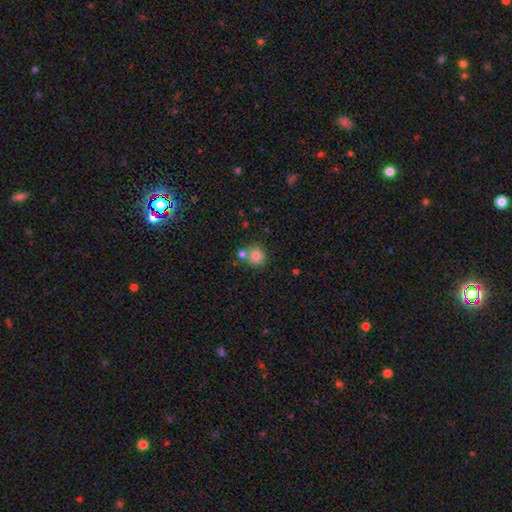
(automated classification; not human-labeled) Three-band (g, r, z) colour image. It shows a smooth galaxy with no disk features (80%) that is round (90%). Merging: none (63%).